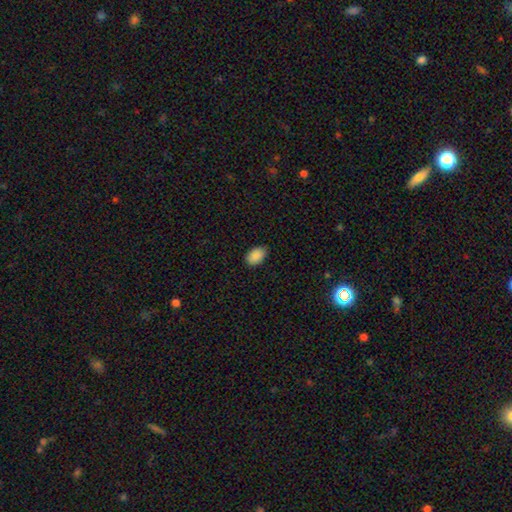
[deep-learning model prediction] Smooth or featured? Predicted: smooth (p=0.89). How rounded? Predicted: in between (p=0.87). Merging? Predicted: none (p=0.84).